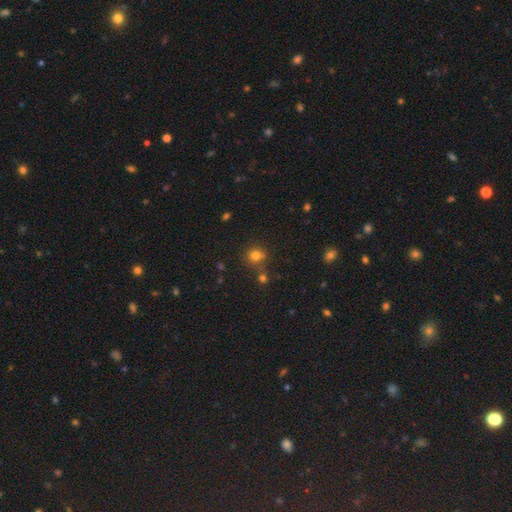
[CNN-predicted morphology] smooth 75%, star or artifact 18%, featured or disk 7%. Down the decision tree: how rounded — round (88%); merging — none (69%).